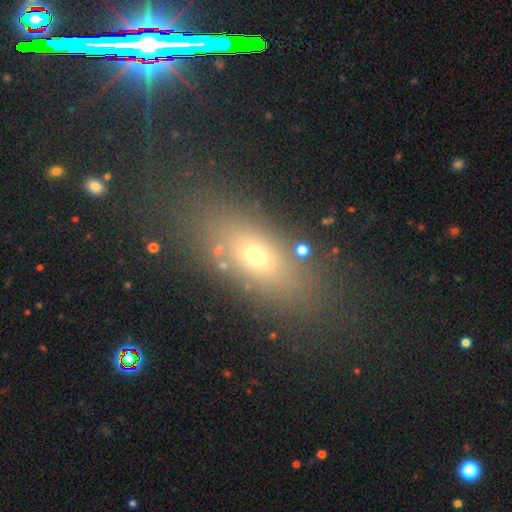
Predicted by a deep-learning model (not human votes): This appears to be a smooth galaxy with no disk features (59%) that is in between round and cigar-shaped (69%). Merging: none (76%).